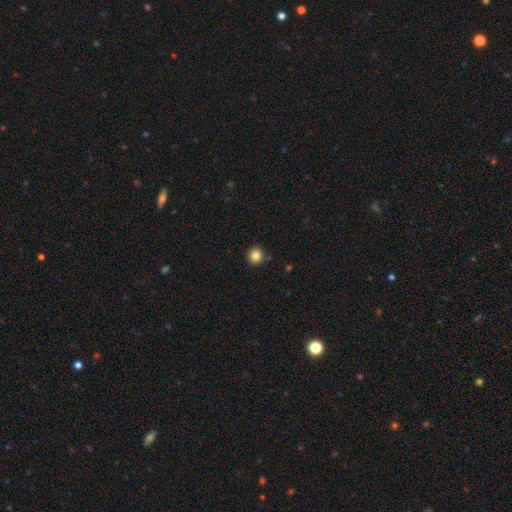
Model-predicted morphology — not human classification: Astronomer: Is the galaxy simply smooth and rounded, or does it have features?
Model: smooth — 84%.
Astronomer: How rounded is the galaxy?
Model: round — 93%.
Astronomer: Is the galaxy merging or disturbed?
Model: none — 88%.